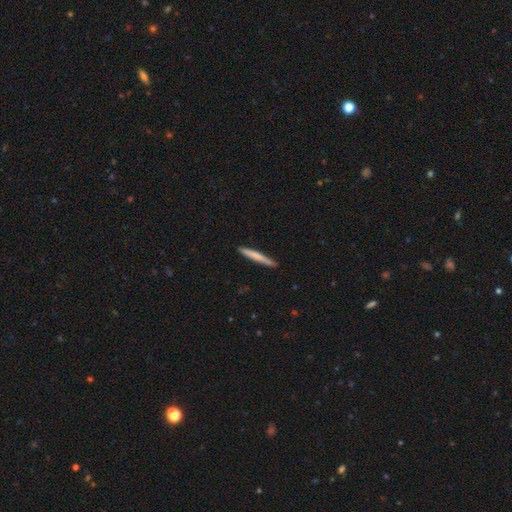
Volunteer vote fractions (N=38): Overall: smooth (61%; featured or disk 29%). How rounded: cigar-shaped (91%). Merging: none (88%).